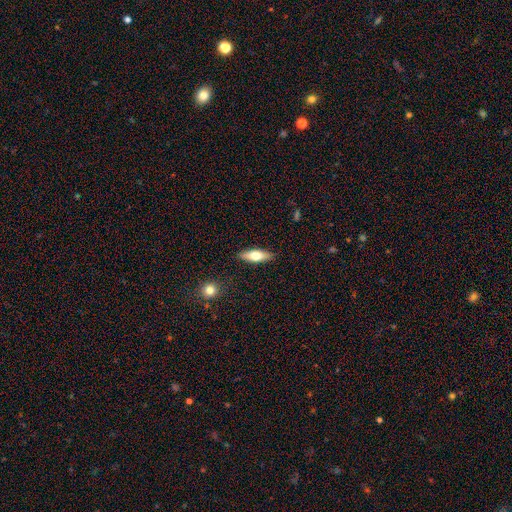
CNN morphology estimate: Smooth or featured?
  - smooth: 59% *
  - featured or disk: 35%
  - star or artifact: 6%
How rounded?
  - in between: 54% *
  - cigar-shaped: 43%
  - round: 3%
Merging?
  - none: 88% *
  - minor disturbance: 9%
  - major disturbance: 2%
  - merger: 1%